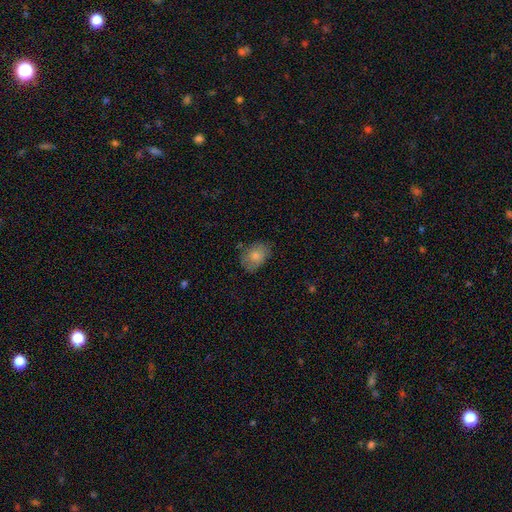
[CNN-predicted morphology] smooth 76%, featured or disk 16%, star or artifact 8%. Down the decision tree: how rounded — in between (73%); merging — none (68%).